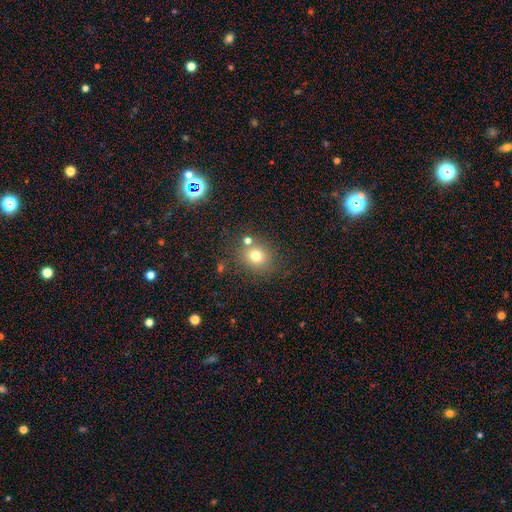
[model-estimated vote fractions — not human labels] Morphology: type=smooth (74%); roundness=round (78%); merging=none (73%).